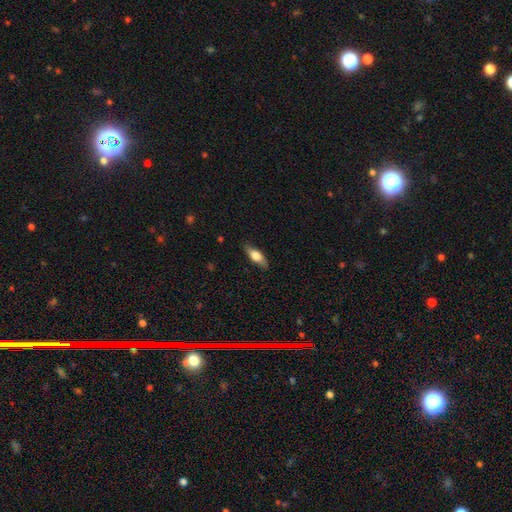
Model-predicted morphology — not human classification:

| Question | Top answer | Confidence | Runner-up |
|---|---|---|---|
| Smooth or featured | smooth | 63% | featured or disk (31%) |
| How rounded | in between | 60% | cigar-shaped (37%) |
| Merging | none | 84% | minor disturbance (13%) |